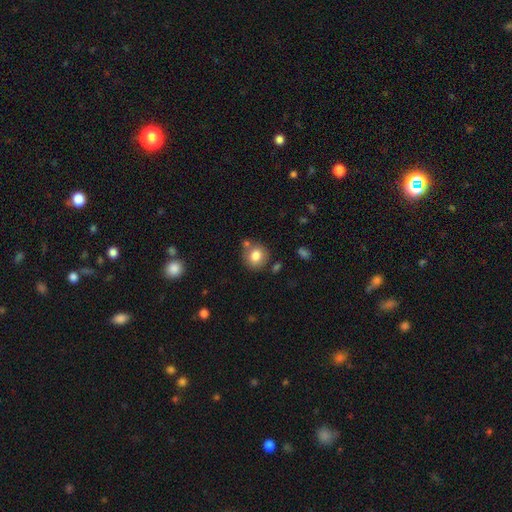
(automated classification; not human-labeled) A smooth galaxy with no disk features (80%) that is round (83%). Merging: none (71%).